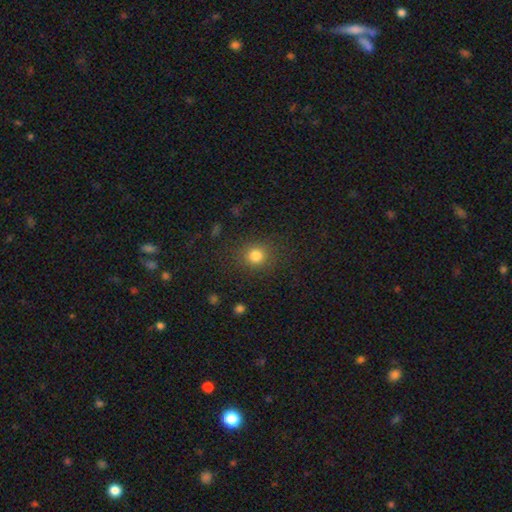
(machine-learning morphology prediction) Q: Smooth or featured?
A: smooth (82%); runner-up: star or artifact (13%)
Q: How rounded?
A: round (87%); runner-up: in between (13%)
Q: Merging?
A: none (86%); runner-up: minor disturbance (8%)